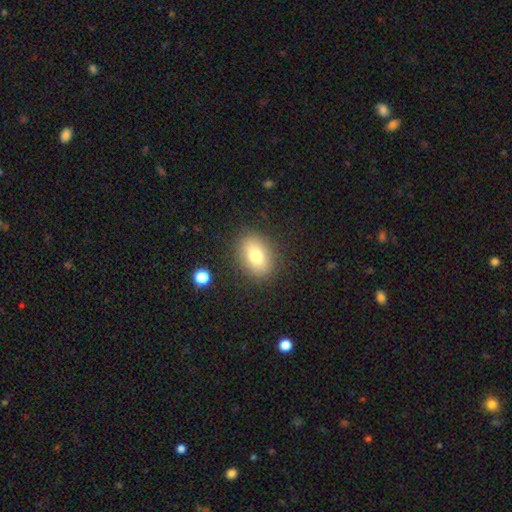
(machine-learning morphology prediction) This appears to be a smooth galaxy with no disk features (78%) that is in between round and cigar-shaped (74%). Merging: none (86%).